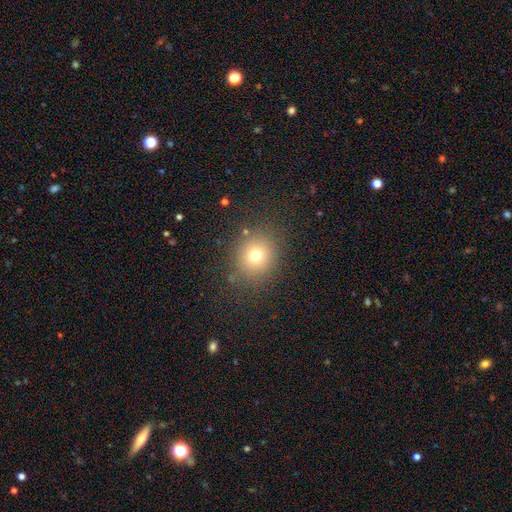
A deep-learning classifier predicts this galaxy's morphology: Smooth or featured? smooth (72%)
How rounded? round (82%)
Merging? none (84%)